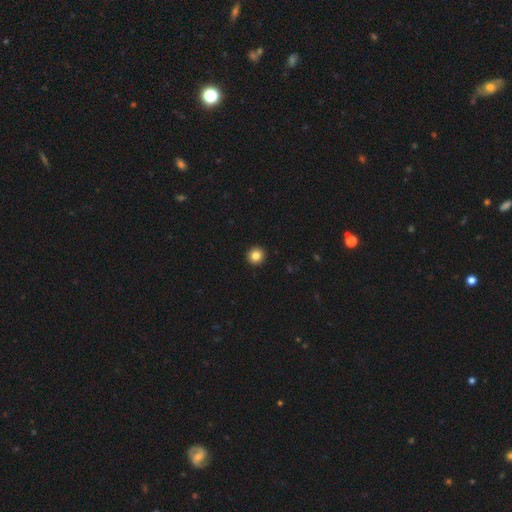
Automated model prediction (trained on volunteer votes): Smooth or featured: smooth — 84% (star or artifact — 10%)
How rounded: round — 94% (in between — 5%)
Merging: none — 94% (minor disturbance — 4%)